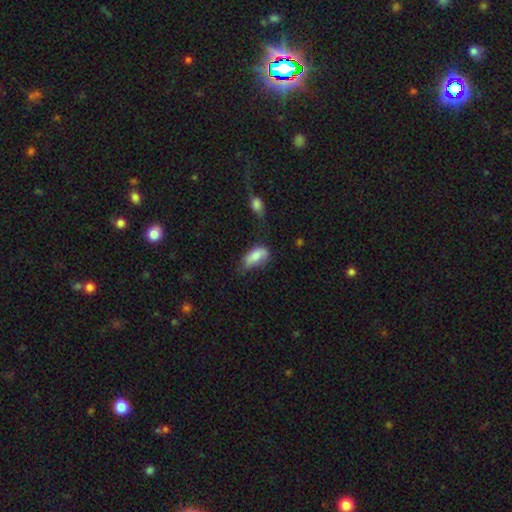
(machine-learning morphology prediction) Overall: smooth (80%). How rounded: in between (89%). Merging: minor disturbance (40%; none 39%).